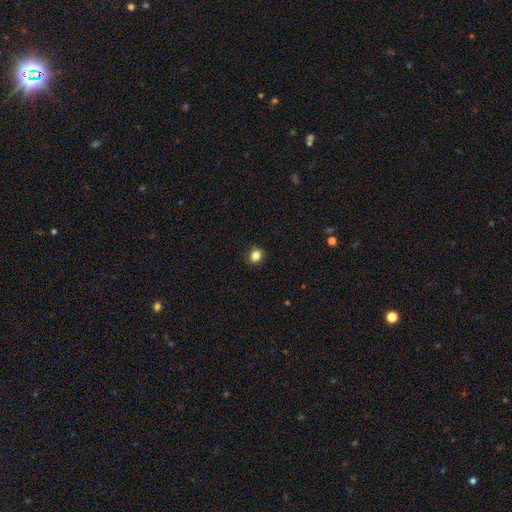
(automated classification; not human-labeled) smooth_or_featured: smooth (p=0.84) [alt: star or artifact p=0.11]
how_rounded: round (p=0.63) [alt: in between p=0.36]
merging: none (p=0.90) [alt: minor disturbance p=0.07]